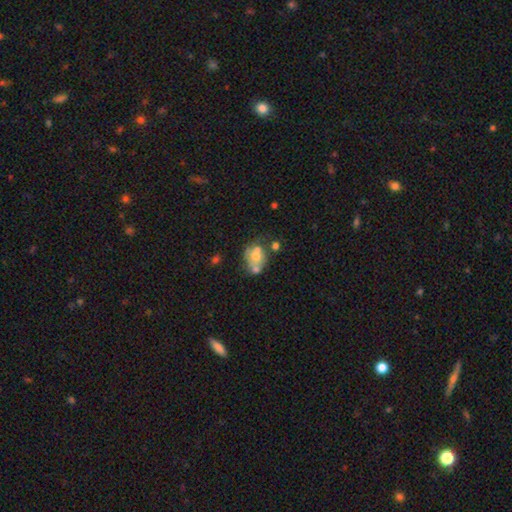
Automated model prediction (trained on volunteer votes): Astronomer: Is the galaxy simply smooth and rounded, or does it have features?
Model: smooth — 48% (runner-up: featured or disk, 42%).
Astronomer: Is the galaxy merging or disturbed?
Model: merger — 39% (runner-up: none, 31%).